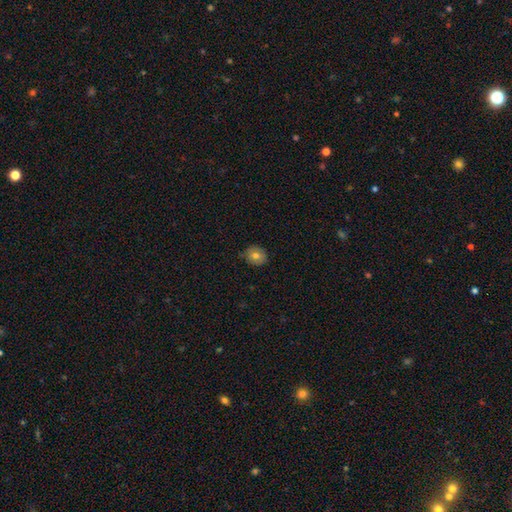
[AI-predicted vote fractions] A smooth galaxy with no disk features (75%) that is round (69%).

Vote fractions:
- Smooth or featured? smooth: 75% / featured or disk: 16% / star or artifact: 9%
- How rounded? round: 69% / in between: 31% / cigar-shaped: 1%
- Merging? none: 82% / minor disturbance: 15% / major disturbance: 2% / merger: 1%